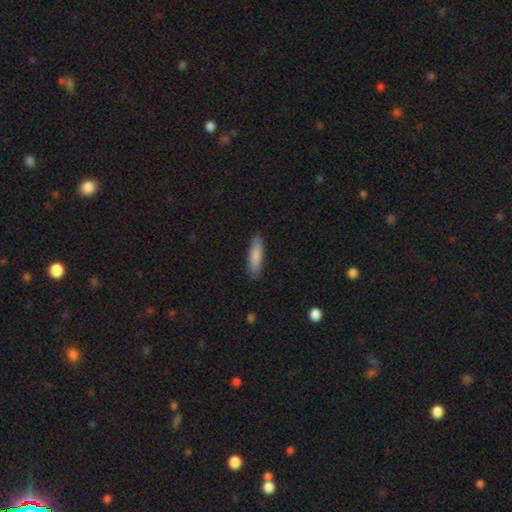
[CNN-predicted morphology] Overall: smooth (84%). How rounded: cigar-shaped (66%; in between 32%). Merging: none (86%).